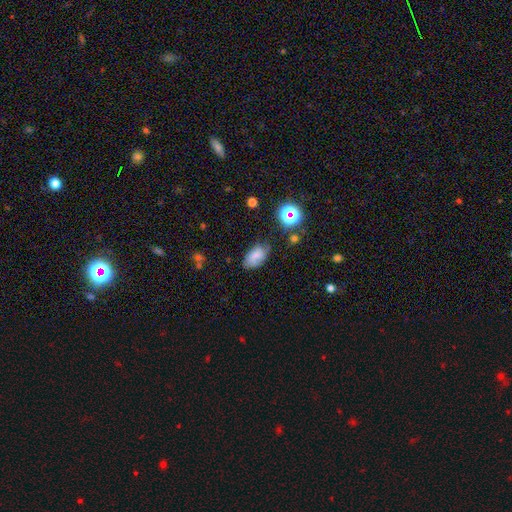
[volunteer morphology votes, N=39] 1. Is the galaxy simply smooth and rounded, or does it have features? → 62% smooth, 31% featured or disk, 8% star or artifact.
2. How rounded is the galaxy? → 92% in between, 8% round, 0% cigar-shaped.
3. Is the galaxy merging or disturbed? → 75% none, 17% minor disturbance, 6% merger, 3% major disturbance.